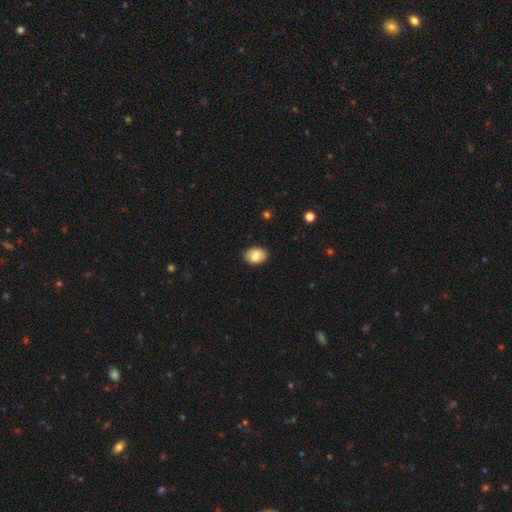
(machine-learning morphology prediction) smooth 81%, featured or disk 12%, star or artifact 7%. Down the decision tree: how rounded — in between (77%); merging — none (85%).